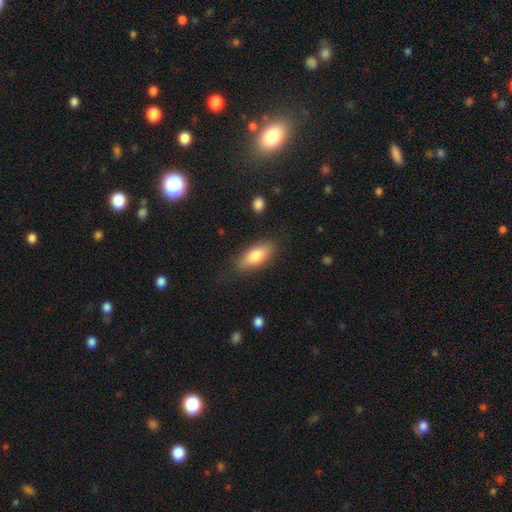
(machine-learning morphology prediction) Smooth or featured? smooth (77%)
How rounded? in between (76%)
Merging? none (80%)